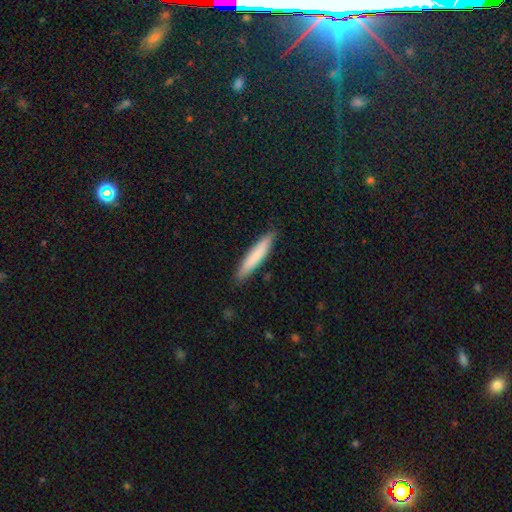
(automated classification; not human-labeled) Overall: smooth (78%). How rounded: cigar-shaped (92%). Merging: none (88%).